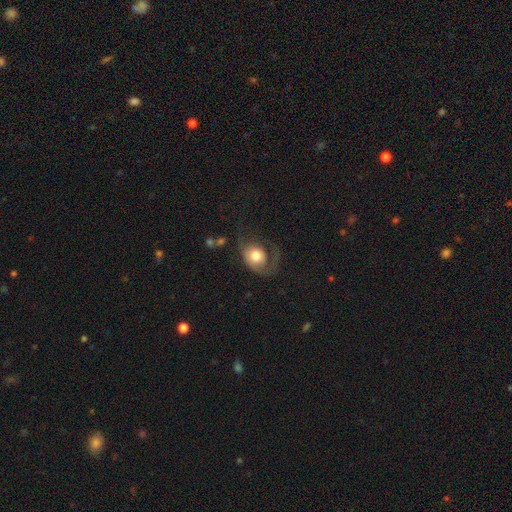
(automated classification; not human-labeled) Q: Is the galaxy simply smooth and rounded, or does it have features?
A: smooth — 55%.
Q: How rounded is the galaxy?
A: round — 52%.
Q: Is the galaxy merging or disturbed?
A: major disturbance — 49%.